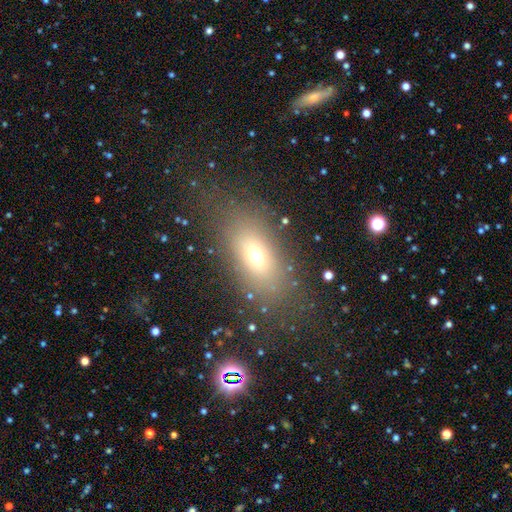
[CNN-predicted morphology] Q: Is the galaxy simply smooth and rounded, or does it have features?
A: smooth — 65%.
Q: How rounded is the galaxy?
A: in between — 76%.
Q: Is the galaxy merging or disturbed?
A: none — 74%.